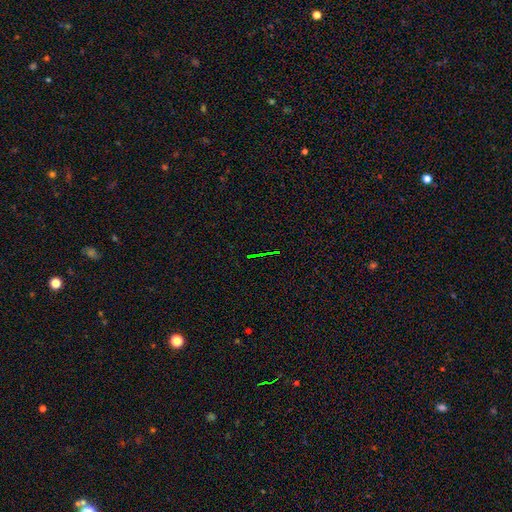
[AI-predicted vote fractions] Smooth or featured? star or artifact (75%)